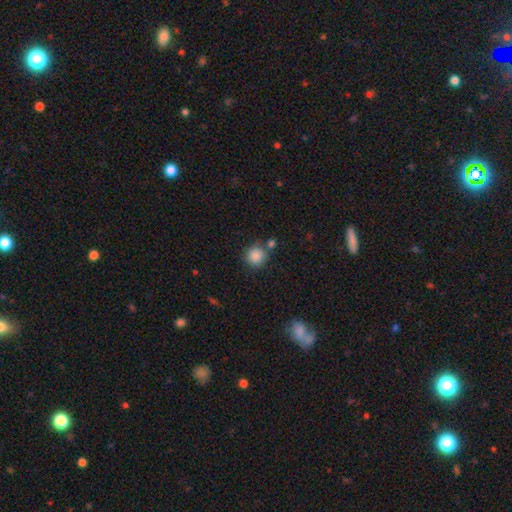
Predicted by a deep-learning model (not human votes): smooth_or_featured: smooth (p=0.87) [alt: star or artifact p=0.09]
how_rounded: round (p=0.92) [alt: in between p=0.07]
merging: none (p=0.71) [alt: merger p=0.14]